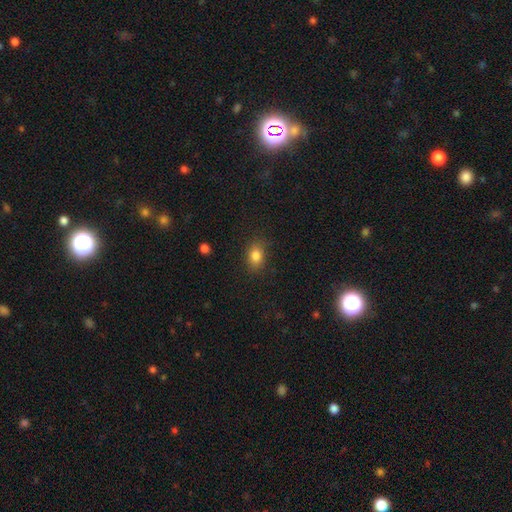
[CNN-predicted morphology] Smooth or featured: smooth — 83% (star or artifact — 10%)
How rounded: in between — 71% (round — 27%)
Merging: none — 83% (minor disturbance — 12%)